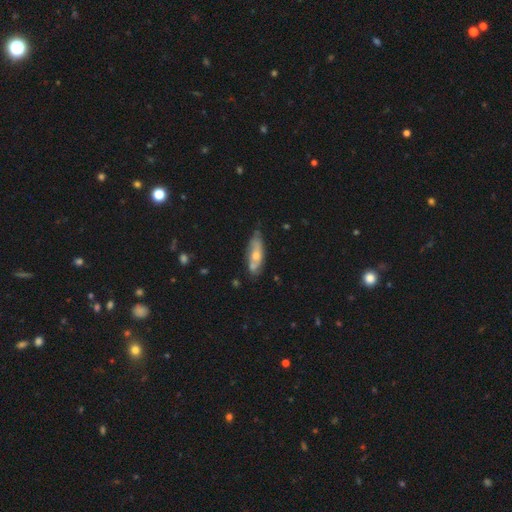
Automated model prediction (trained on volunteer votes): Smooth or featured? Predicted: featured or disk (p=0.52). Edge-on disk? Predicted: no (p=0.64). Merging? Predicted: none (p=0.67).